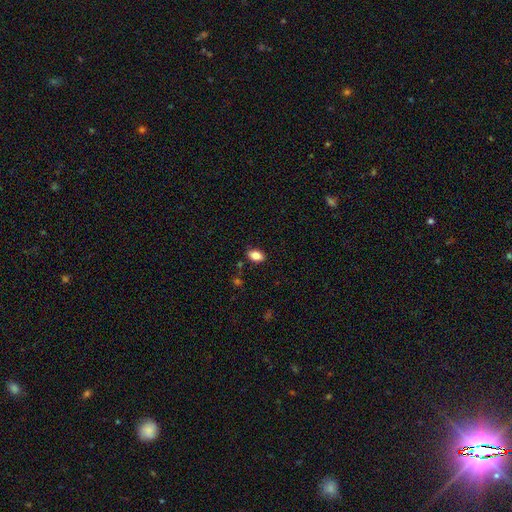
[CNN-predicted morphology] smooth 85%, star or artifact 9%, featured or disk 7%. Down the decision tree: how rounded — in between (90%); merging — none (85%).